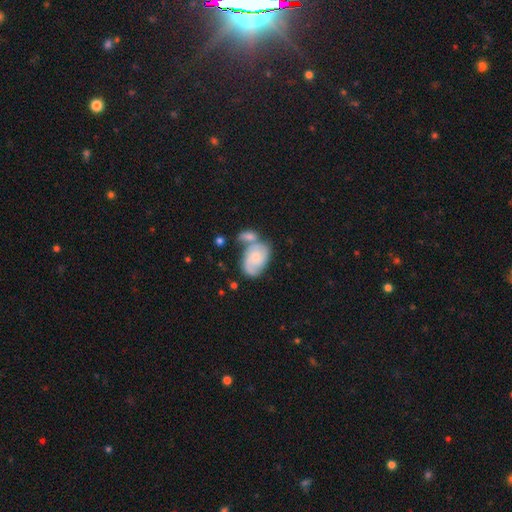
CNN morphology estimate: featured or disk 51%, smooth 43%, star or artifact 6%. Down the decision tree: edge-on disk — no (96%); merging — merger (42%).